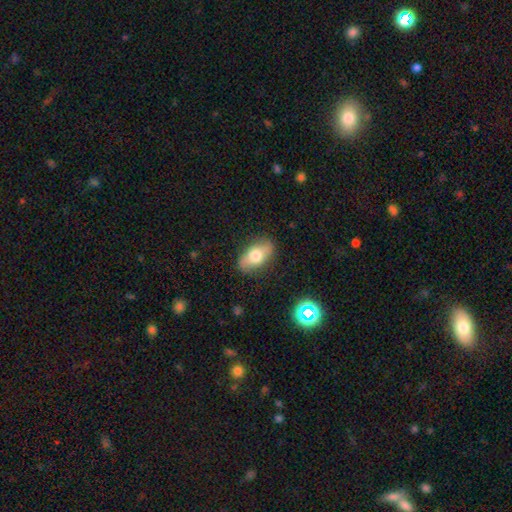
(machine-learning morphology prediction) Smooth or featured?
  - smooth: 65% *
  - featured or disk: 27%
  - star or artifact: 8%
How rounded?
  - in between: 89% *
  - round: 6%
  - cigar-shaped: 5%
Merging?
  - none: 83% *
  - minor disturbance: 13%
  - major disturbance: 3%
  - merger: 1%